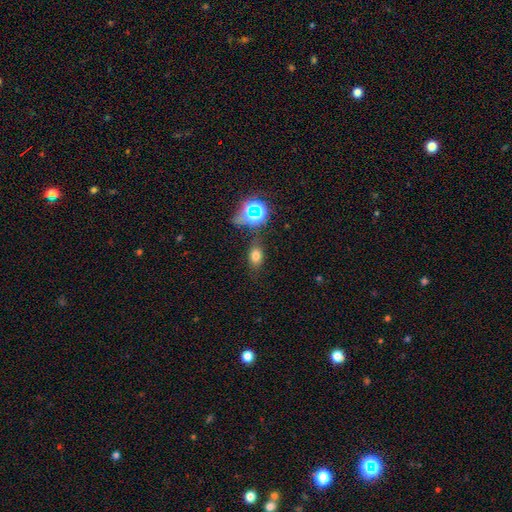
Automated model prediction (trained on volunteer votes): A smooth galaxy with no disk features (67%) that is in between round and cigar-shaped (74%). Merging: none (75%).